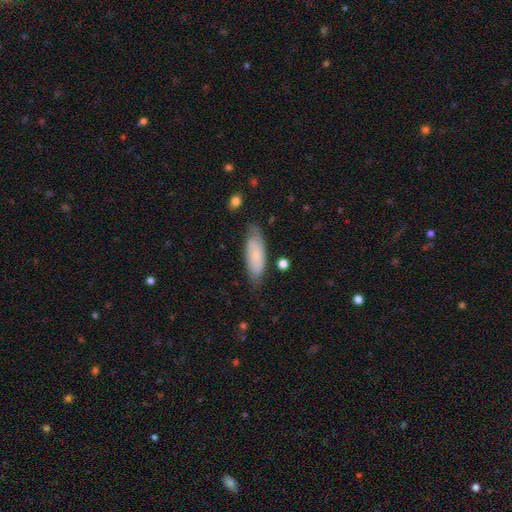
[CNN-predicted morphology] type=smooth (66%); roundness=in between (65%); merging=none (70%).